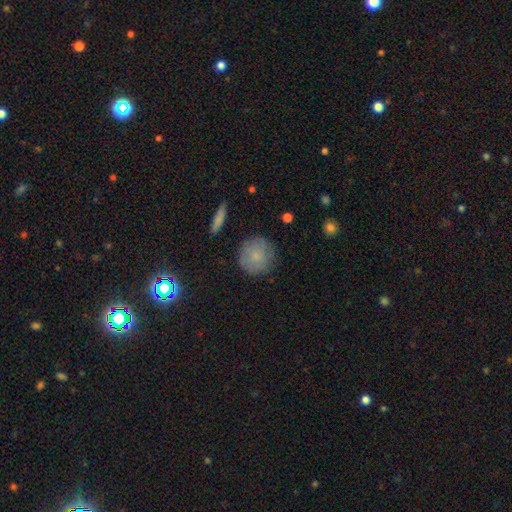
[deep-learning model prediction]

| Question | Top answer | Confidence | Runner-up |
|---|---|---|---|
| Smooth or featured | smooth | 70% | featured or disk (21%) |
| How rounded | round | 93% | in between (6%) |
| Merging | none | 83% | minor disturbance (12%) |